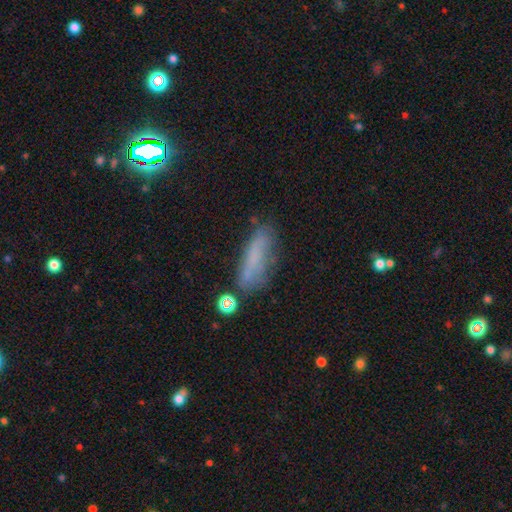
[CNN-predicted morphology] Smooth or featured?
  - smooth: 66% *
  - featured or disk: 22%
  - star or artifact: 12%
How rounded?
  - cigar-shaped: 54% *
  - in between: 43%
  - round: 3%
Merging?
  - none: 60% *
  - minor disturbance: 24%
  - major disturbance: 11%
  - merger: 6%